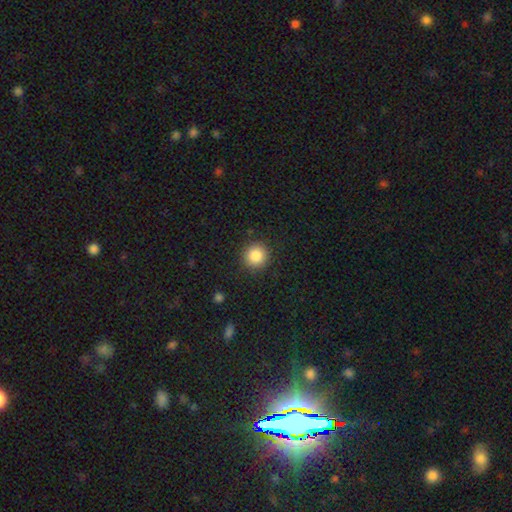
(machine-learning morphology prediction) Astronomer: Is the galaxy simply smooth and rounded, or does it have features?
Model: smooth — 86%.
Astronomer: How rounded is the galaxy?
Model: round — 94%.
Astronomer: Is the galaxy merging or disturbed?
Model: none — 90%.